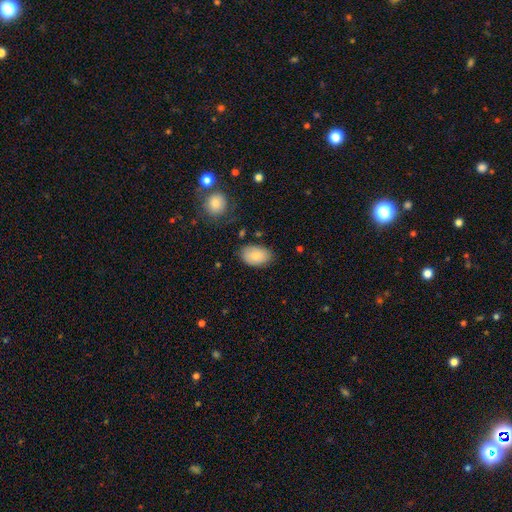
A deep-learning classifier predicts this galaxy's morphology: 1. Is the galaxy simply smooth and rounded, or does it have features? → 84% smooth, 10% featured or disk, 7% star or artifact.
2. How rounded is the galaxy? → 89% in between, 10% round, 1% cigar-shaped.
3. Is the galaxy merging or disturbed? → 78% none, 16% minor disturbance, 4% major disturbance, 2% merger.